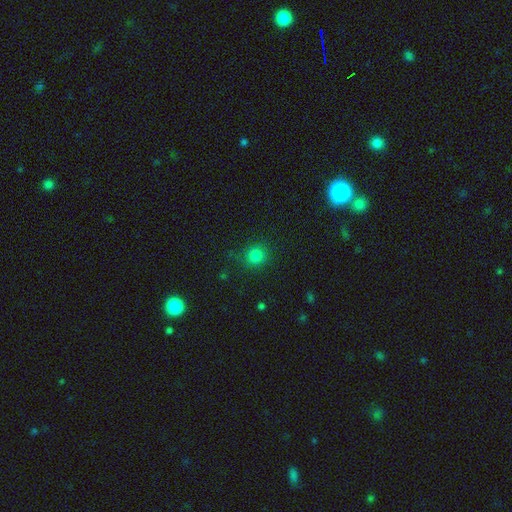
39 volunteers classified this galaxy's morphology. Volunteers were most divided on "merging": none: 92%, minor disturbance: 8%, major disturbance: 0%, merger: 0%. More confident: how rounded — round (100%); smooth or featured — smooth (97%).